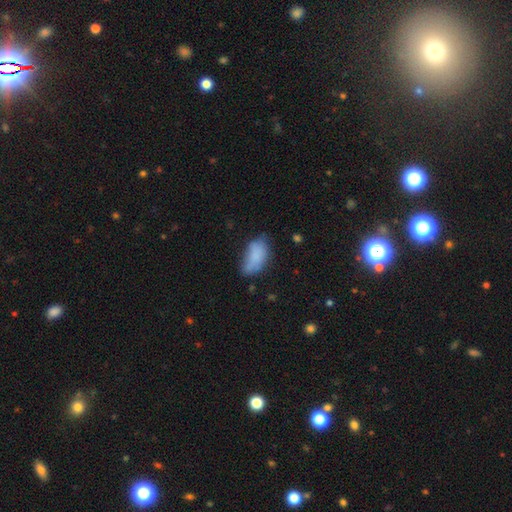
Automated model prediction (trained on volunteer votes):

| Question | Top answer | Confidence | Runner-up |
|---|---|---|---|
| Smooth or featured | smooth | 78% | featured or disk (13%) |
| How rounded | in between | 93% | round (4%) |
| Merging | none | 42% | minor disturbance (38%) |